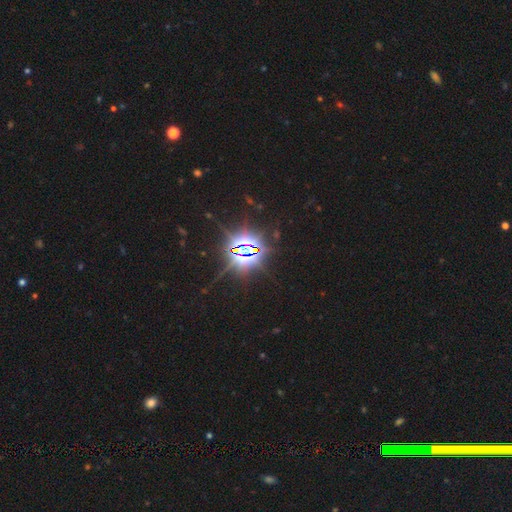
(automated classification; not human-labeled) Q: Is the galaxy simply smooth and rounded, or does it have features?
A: star or artifact — 86%.